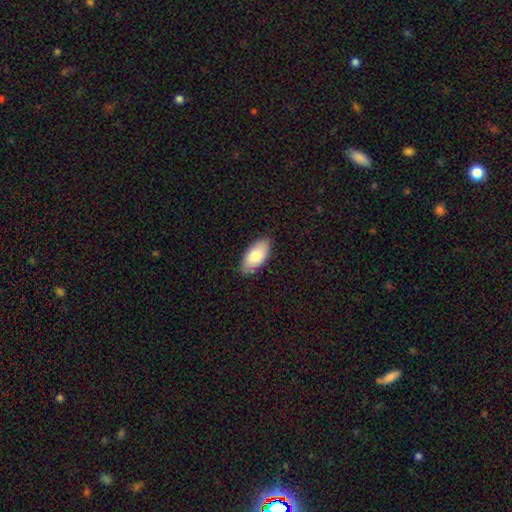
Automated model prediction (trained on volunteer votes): smooth-or-featured: smooth: 78% | featured or disk: 16% | star or artifact: 6%
  how-rounded: in between: 93% | cigar-shaped: 5% | round: 2%
  merging: none: 85% | minor disturbance: 12% | major disturbance: 2% | merger: 1%